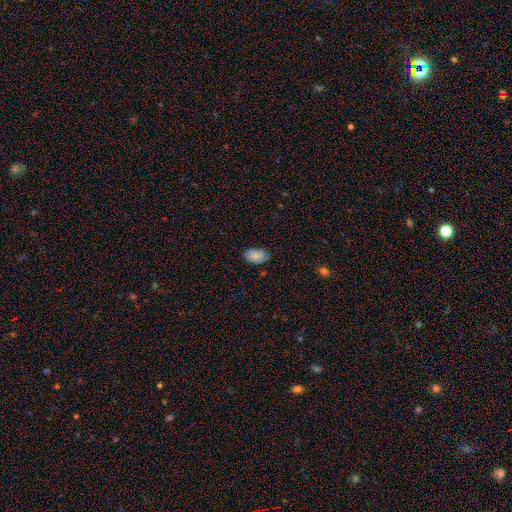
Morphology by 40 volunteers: A smooth galaxy with no disk features (70%) that is in between round and cigar-shaped (93%).

Vote fractions:
- Smooth or featured? smooth: 70% / featured or disk: 22% / star or artifact: 8%
- How rounded? in between: 93% / round: 7% / cigar-shaped: 0%
- Merging? none: 76% / minor disturbance: 22% / merger: 3% / major disturbance: 0%